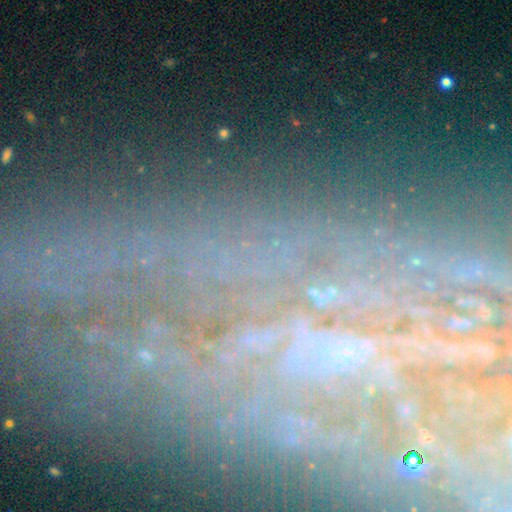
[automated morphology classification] smooth_or_featured: featured or disk (p=0.44) [alt: star or artifact p=0.40]
merging: none (p=0.65) [alt: minor disturbance p=0.17]